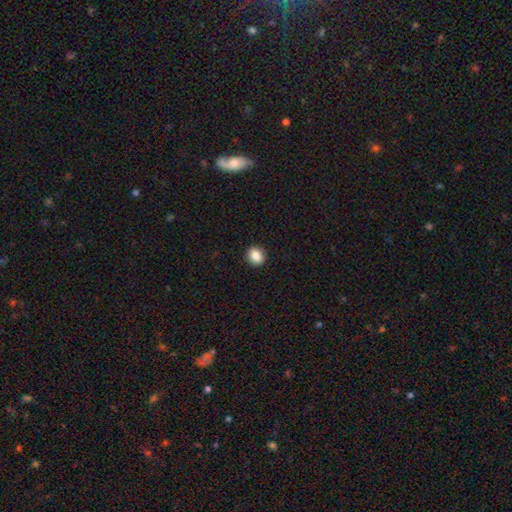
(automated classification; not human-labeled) Q: Smooth or featured?
A: smooth (87%); runner-up: star or artifact (9%)
Q: How rounded?
A: round (68%); runner-up: in between (31%)
Q: Merging?
A: none (92%); runner-up: minor disturbance (6%)